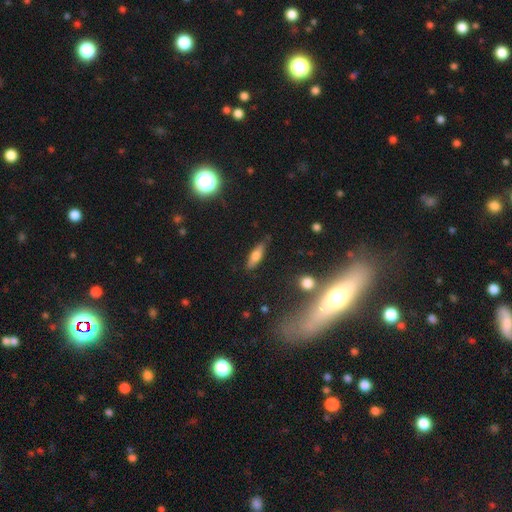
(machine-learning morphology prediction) The model was most divided on "how rounded": cigar-shaped: 53%, in between: 44%, round: 3%. More confident: merging — none (83%); smooth or featured — smooth (64%).